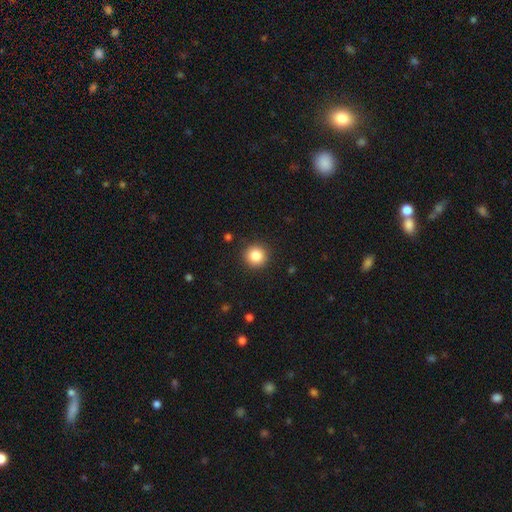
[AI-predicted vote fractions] This appears to be a smooth galaxy with no disk features (85%) that is round (95%). Merging: none (91%).